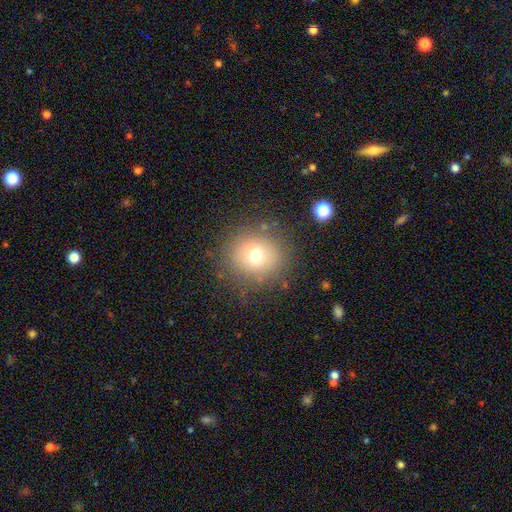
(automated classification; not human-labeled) Smooth or featured? smooth (67%)
How rounded? round (87%)
Merging? none (80%)